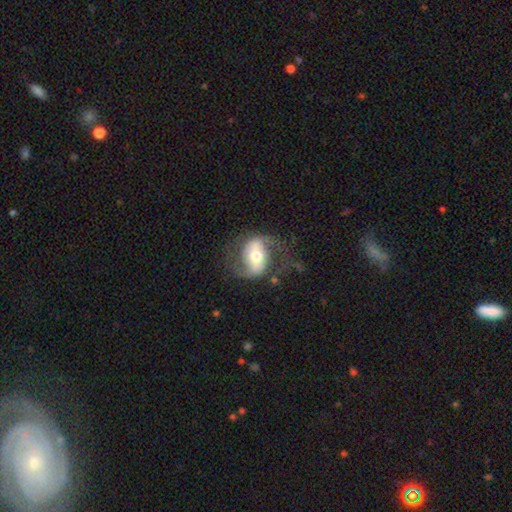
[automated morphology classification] Smooth or featured?
  - featured or disk: 77% *
  - smooth: 17%
  - star or artifact: 6%
Edge-on disk?
  - no: 96% *
  - yes: 4%
Bar?
  - strong: 46% *
  - weak: 32%
  - no: 22%
Spiral arms?
  - yes: 86% *
  - no: 14%
Spiral winding?
  - medium: 47% *
  - loose: 39%
  - tight: 13%
Spiral arm count?
  - 2: 90% *
  - can't tell: 4%
  - 1: 3%
  - 3: 1%
  - 4: 1%
  - more than 4: 1%
Bulge size?
  - moderate: 64% *
  - small: 18%
  - large: 15%
  - dominant: 2%
  - none: 1%
Merging?
  - none: 66% *
  - minor disturbance: 17%
  - major disturbance: 16%
  - merger: 2%